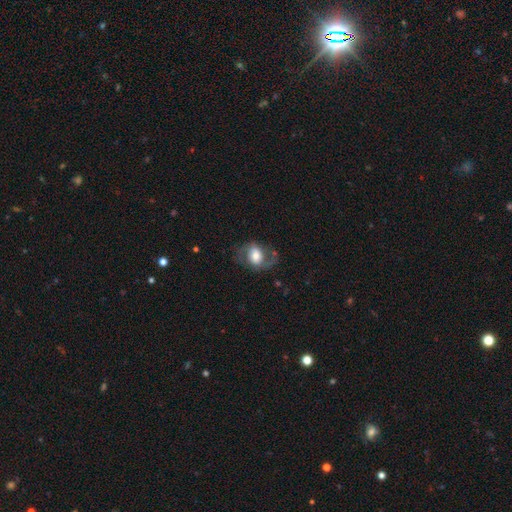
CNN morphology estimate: Smooth or featured? featured or disk (58%)
Edge-on disk? no (95%)
Bar? no (47%)
Spiral arms? yes (79%)
Bulge size? moderate (47%)
Merging? none (62%)